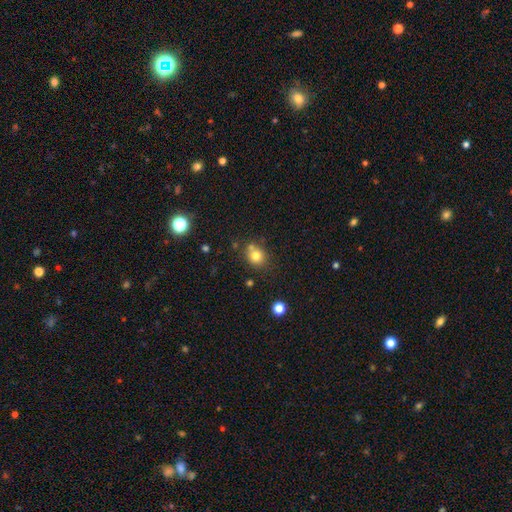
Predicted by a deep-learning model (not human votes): This appears to be a smooth galaxy with no disk features (78%) that is round (77%). Merging: none (63%).